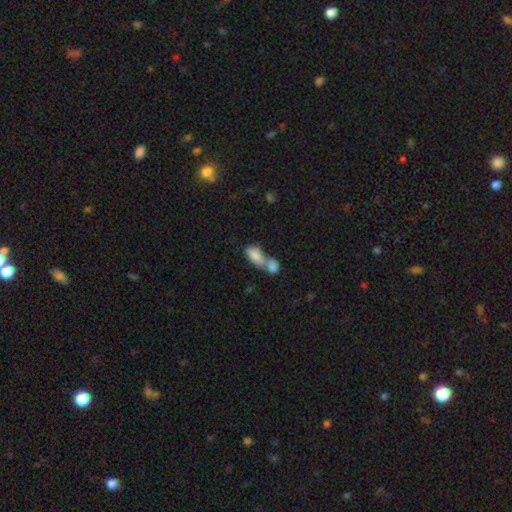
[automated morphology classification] smooth_or_featured: smooth (p=0.81) [alt: featured or disk p=0.12]
how_rounded: in between (p=0.87) [alt: cigar-shaped p=0.07]
merging: merger (p=0.74) [alt: none p=0.15]